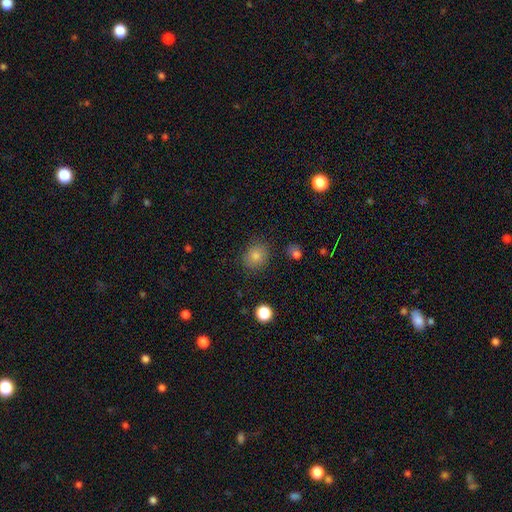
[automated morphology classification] A smooth galaxy with no disk features (77%) that is round (70%). Merging: none (85%).